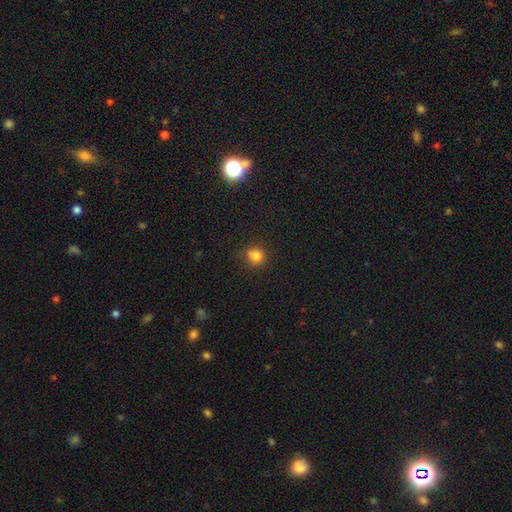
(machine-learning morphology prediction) Smooth or featured: smooth — 81% (star or artifact — 14%)
How rounded: round — 83% (in between — 16%)
Merging: none — 74% (minor disturbance — 17%)